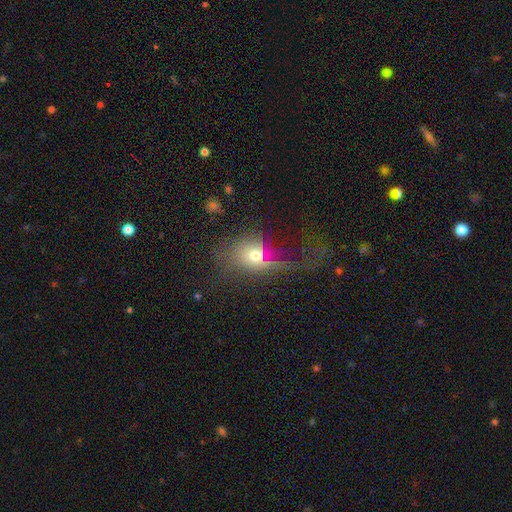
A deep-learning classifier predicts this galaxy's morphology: This is possibly a smooth galaxy (56%). How rounded: possibly round (55%). Merging: marginally none (42%).